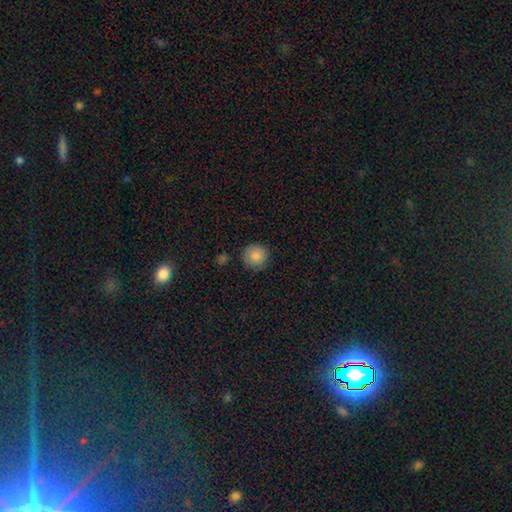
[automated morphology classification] This is clearly a smooth galaxy (86%). How rounded: clearly round (94%). Merging: clearly none (85%).